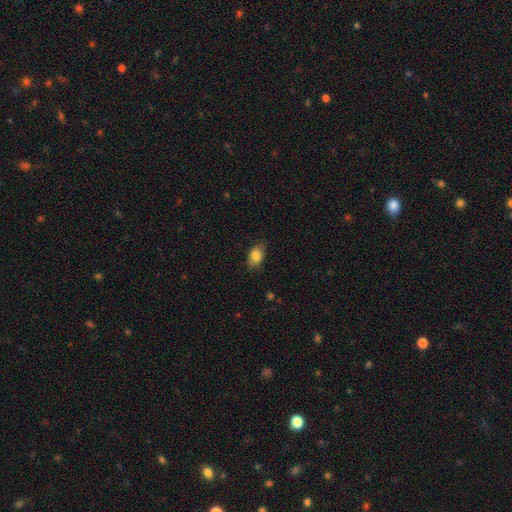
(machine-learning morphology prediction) Overall: smooth (83%). How rounded: in between (85%). Merging: none (79%).